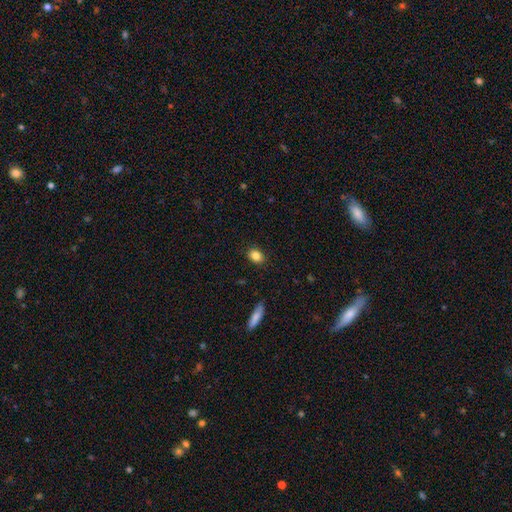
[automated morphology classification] This is clearly a smooth galaxy (85%). How rounded: likely in between (63%). Merging: clearly none (88%).